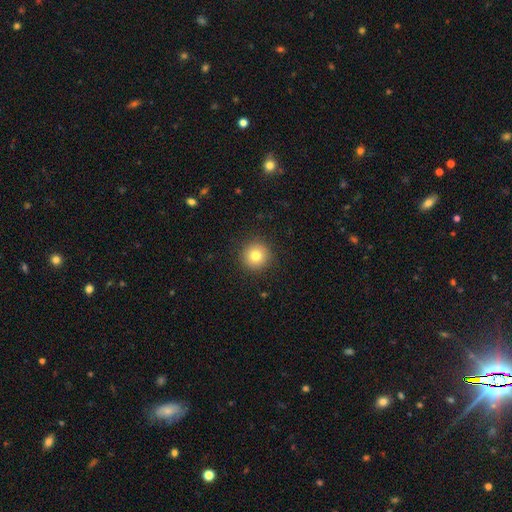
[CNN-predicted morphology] smooth 80%, star or artifact 11%, featured or disk 9%. Down the decision tree: how rounded — round (95%); merging — none (91%).